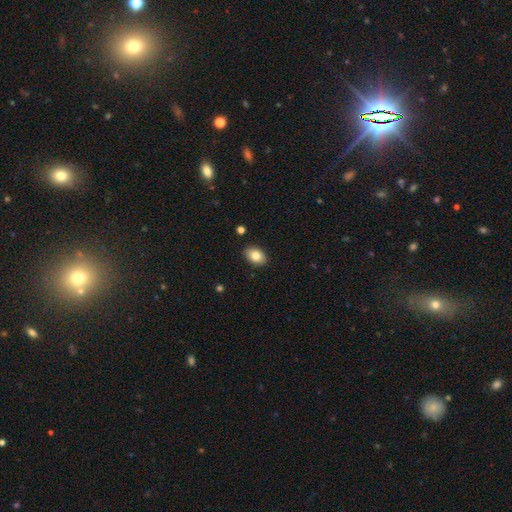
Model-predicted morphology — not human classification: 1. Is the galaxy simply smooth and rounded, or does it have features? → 83% smooth, 9% featured or disk, 8% star or artifact.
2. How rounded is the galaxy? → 82% in between, 17% round, 1% cigar-shaped.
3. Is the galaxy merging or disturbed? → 87% none, 10% minor disturbance, 2% major disturbance, 1% merger.